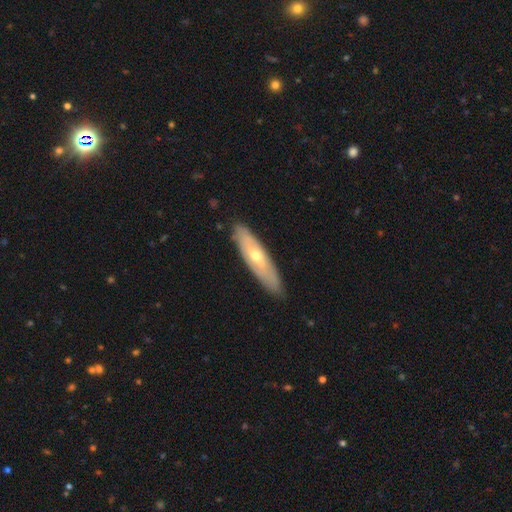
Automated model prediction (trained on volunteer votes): smooth-or-featured: featured or disk: 55% | smooth: 40% | star or artifact: 6%
  disk-edge-on: no: 53% | yes: 47%
  merging: none: 84% | minor disturbance: 12% | major disturbance: 2% | merger: 1%